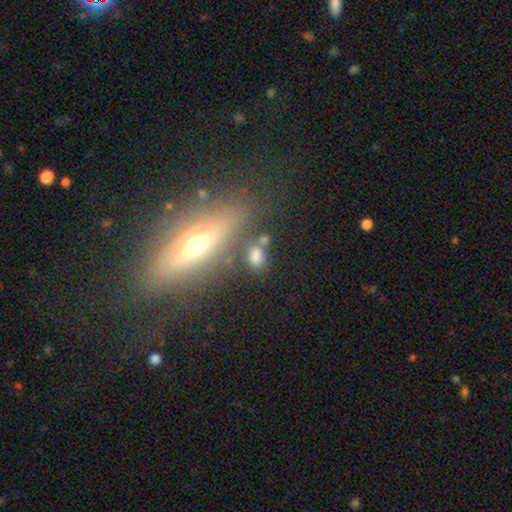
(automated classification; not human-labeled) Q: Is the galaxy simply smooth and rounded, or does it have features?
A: smooth — 73%.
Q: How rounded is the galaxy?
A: in between — 79%.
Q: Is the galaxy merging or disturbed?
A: none — 62%.